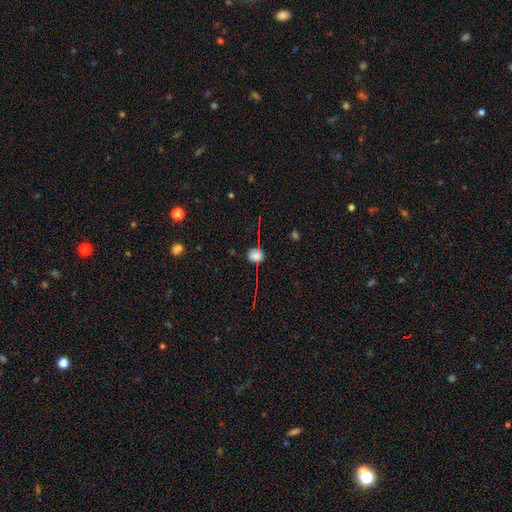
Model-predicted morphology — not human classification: Smooth or featured: smooth — 68% (star or artifact — 23%)
How rounded: round — 61% (in between — 37%)
Merging: none — 72% (minor disturbance — 19%)